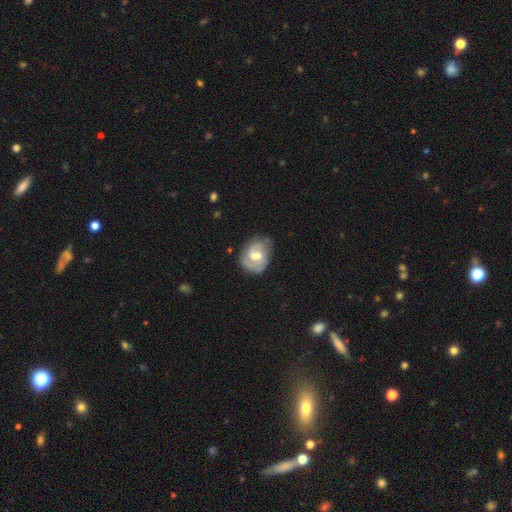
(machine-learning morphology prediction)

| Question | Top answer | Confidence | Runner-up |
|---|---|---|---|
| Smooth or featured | featured or disk | 70% | smooth (24%) |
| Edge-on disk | no | 97% | yes (3%) |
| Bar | weak | 53% | no (36%) |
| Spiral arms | yes | 88% | no (12%) |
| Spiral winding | medium | 42% | tight (41%) |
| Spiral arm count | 2 | 63% | can't tell (18%) |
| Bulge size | moderate | 67% | small (21%) |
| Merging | none | 62% | minor disturbance (27%) |